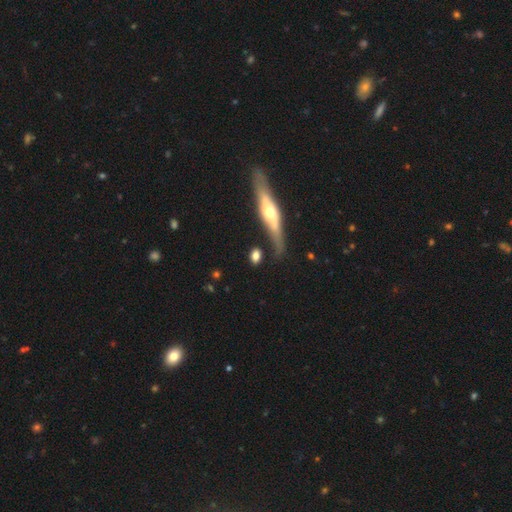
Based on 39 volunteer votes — Smooth or featured? 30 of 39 (77%) said smooth. How rounded? 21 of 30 (70%) said in between. Merging? 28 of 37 (76%) said none.